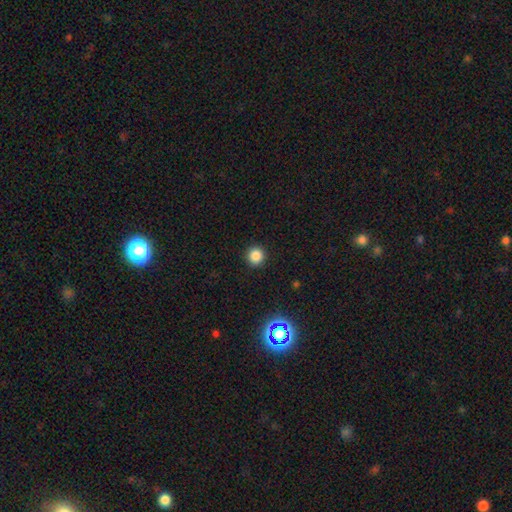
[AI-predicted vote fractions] Smooth or featured? Predicted: smooth (p=0.83). How rounded? Predicted: round (p=0.94). Merging? Predicted: none (p=0.92).